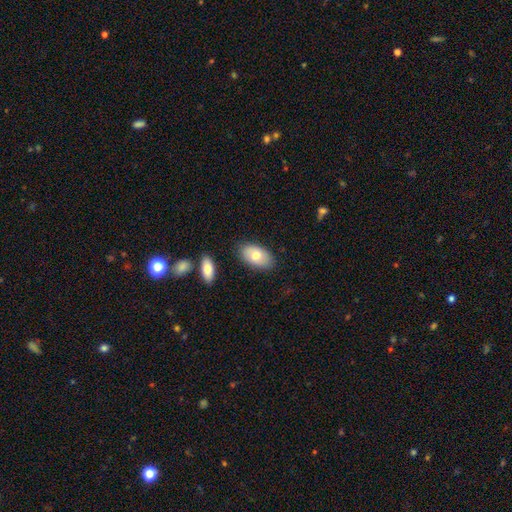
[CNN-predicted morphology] Smooth or featured? Predicted: smooth (p=0.72). How rounded? Predicted: in between (p=0.93). Merging? Predicted: none (p=0.82).